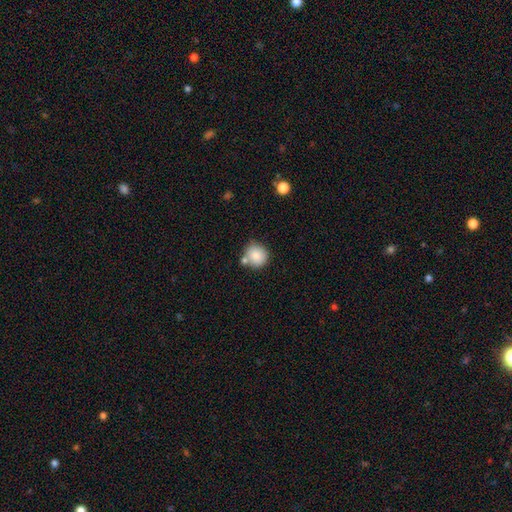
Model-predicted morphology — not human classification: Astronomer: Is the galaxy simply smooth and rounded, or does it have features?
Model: smooth — 83%.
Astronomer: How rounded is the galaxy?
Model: round — 89%.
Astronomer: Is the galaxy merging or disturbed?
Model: none — 64%.